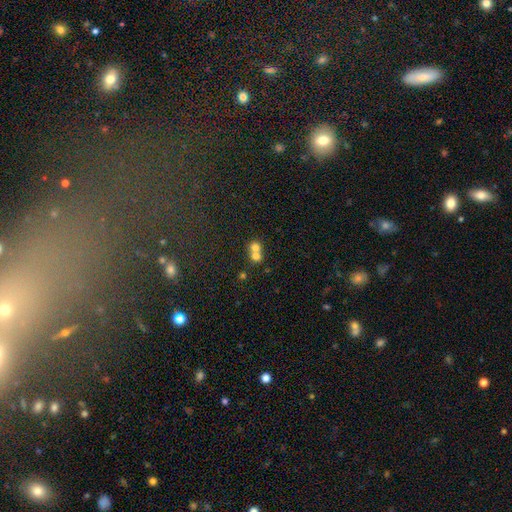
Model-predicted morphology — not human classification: A smooth galaxy with no disk features (71%) that is round (80%).

Vote fractions:
- Smooth or featured? smooth: 71% / featured or disk: 16% / star or artifact: 13%
- How rounded? round: 80% / in between: 19% / cigar-shaped: 1%
- Merging? merger: 66% / none: 27% / minor disturbance: 4% / major disturbance: 2%